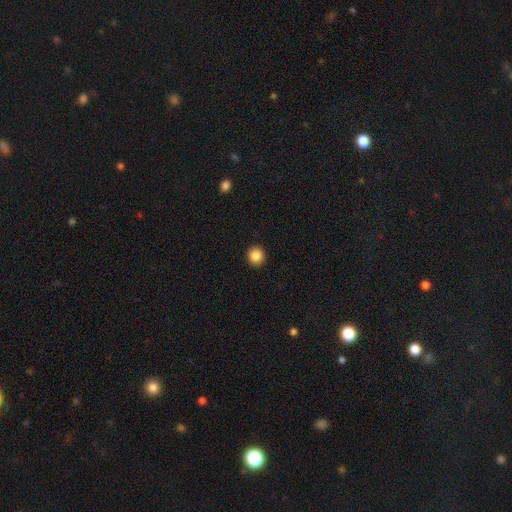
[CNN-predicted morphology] smooth 87%, star or artifact 9%, featured or disk 4%. Down the decision tree: how rounded — round (90%); merging — none (93%).